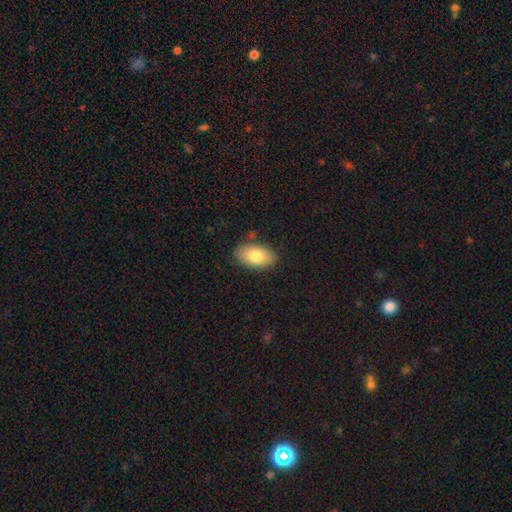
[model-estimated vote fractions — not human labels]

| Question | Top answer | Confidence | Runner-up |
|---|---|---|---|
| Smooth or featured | smooth | 80% | featured or disk (13%) |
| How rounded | in between | 93% | round (5%) |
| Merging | none | 84% | minor disturbance (12%) |